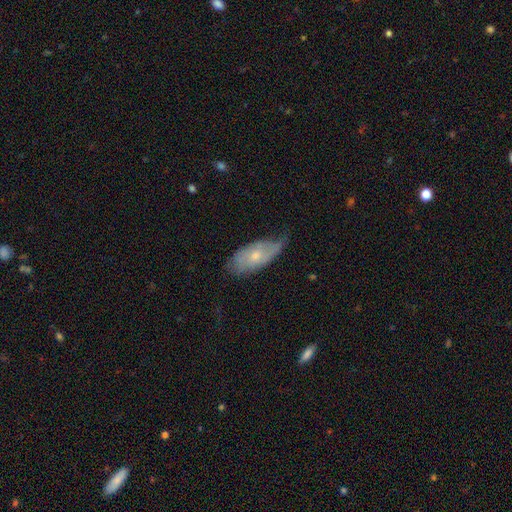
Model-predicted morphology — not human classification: Overall: smooth (47%; featured or disk 46%). Merging: none (47%; minor disturbance 39%).